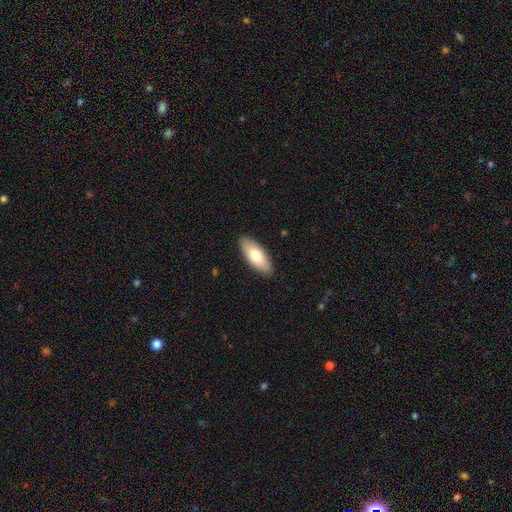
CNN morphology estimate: type=smooth (78%); roundness=in between (83%); merging=none (88%).